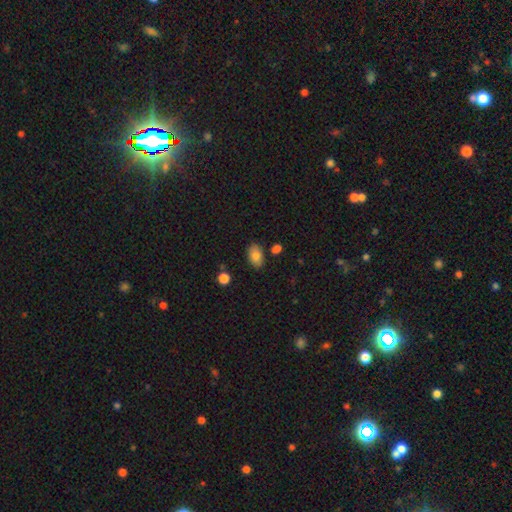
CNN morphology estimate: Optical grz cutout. It shows a smooth galaxy with no disk features (83%) that is in between round and cigar-shaped (89%). Merging: none (81%).